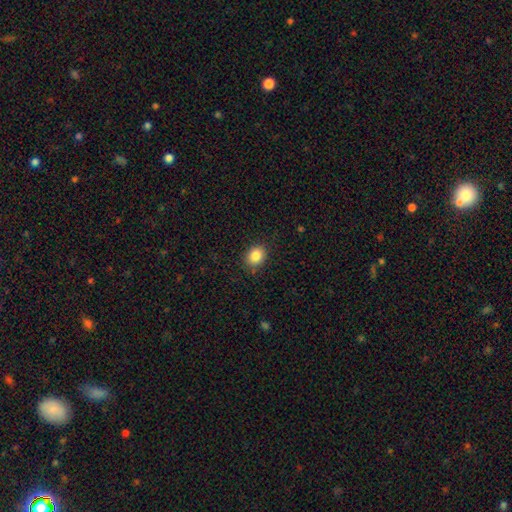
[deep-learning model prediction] Overall: smooth (85%). How rounded: in between (50%; round 49%). Merging: none (86%).